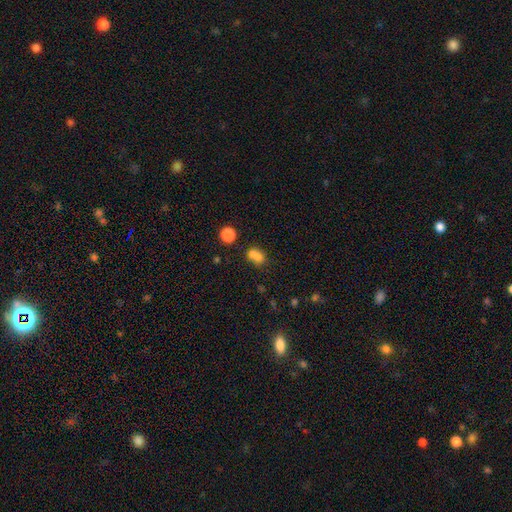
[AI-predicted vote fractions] smooth_or_featured: smooth (p=0.70) [alt: featured or disk p=0.16]
how_rounded: round (p=0.67) [alt: in between p=0.32]
merging: merger (p=0.60) [alt: none p=0.30]